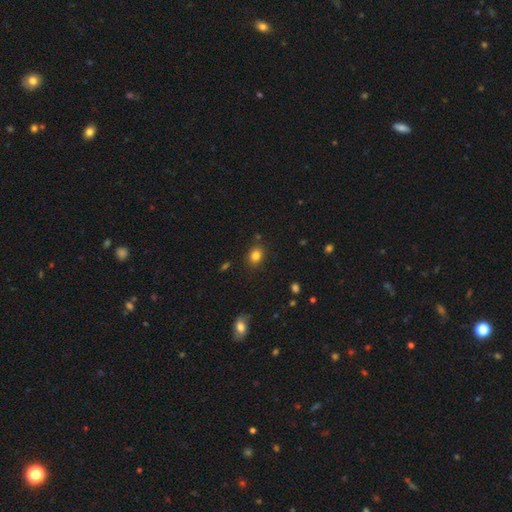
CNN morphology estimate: This is clearly a smooth galaxy (82%). How rounded: possibly round (53%). Merging: clearly none (84%).